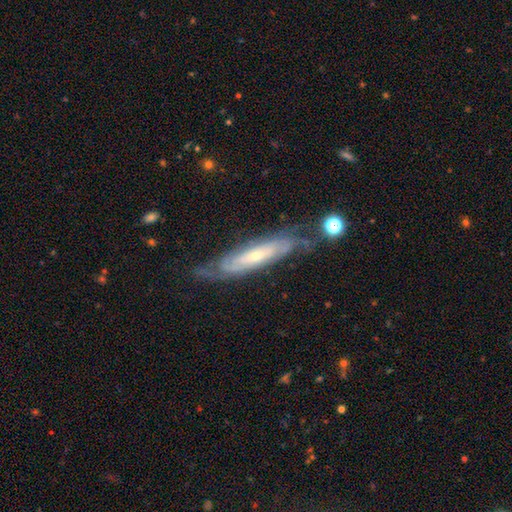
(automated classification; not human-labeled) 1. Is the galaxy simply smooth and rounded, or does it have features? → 79% featured or disk, 15% smooth, 6% star or artifact.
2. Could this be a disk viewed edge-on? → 69% no, 31% yes.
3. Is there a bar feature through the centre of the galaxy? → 58% no, 28% weak, 14% strong.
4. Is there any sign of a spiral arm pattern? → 89% yes, 11% no.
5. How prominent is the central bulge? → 63% small, 32% moderate, 2% large, 2% none, 1% dominant.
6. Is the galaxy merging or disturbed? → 68% none, 20% minor disturbance, 9% major disturbance, 3% merger.